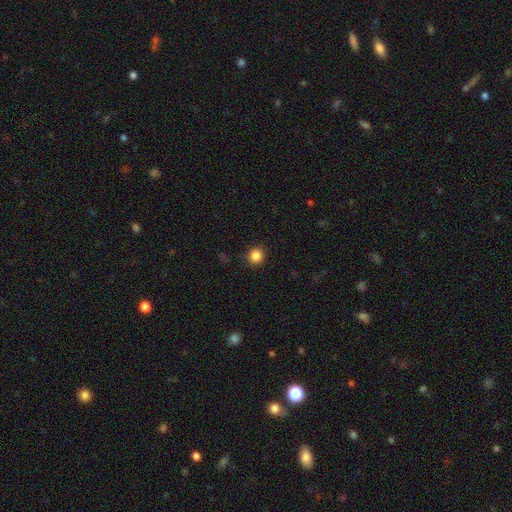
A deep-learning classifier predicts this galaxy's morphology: Smooth or featured: smooth — 85% (star or artifact — 11%)
How rounded: round — 92% (in between — 7%)
Merging: none — 91% (minor disturbance — 6%)